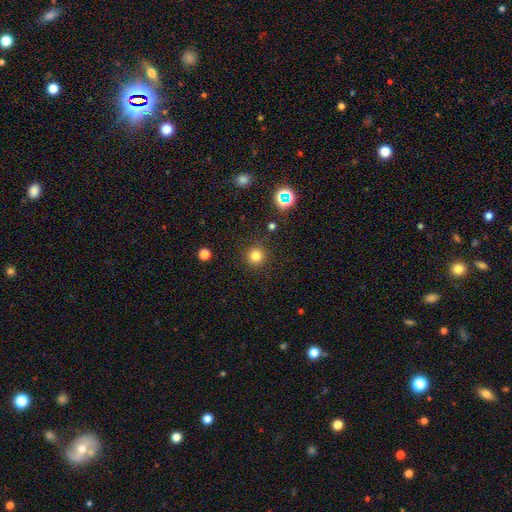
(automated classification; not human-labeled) This is likely a smooth galaxy (78%). How rounded: clearly round (95%). Merging: clearly none (89%).